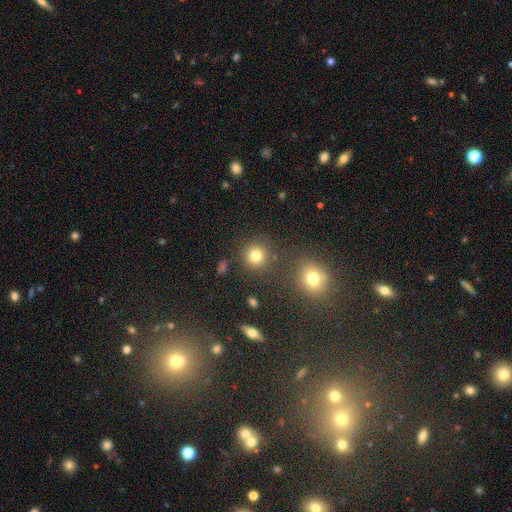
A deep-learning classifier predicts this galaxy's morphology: This is likely a smooth galaxy (79%). How rounded: clearly round (91%). Merging: clearly none (83%).